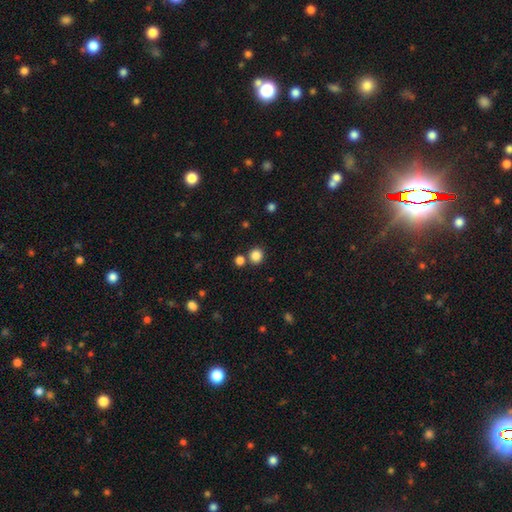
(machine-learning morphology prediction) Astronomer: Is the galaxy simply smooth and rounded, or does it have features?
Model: smooth — 85%.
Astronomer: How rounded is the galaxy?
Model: round — 86%.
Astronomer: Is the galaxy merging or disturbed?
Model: none — 77%.